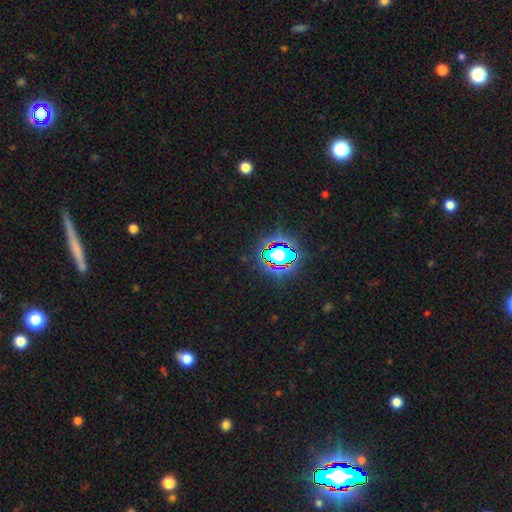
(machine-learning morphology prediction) This is likely a star or artifact rather than a galaxy (78%).